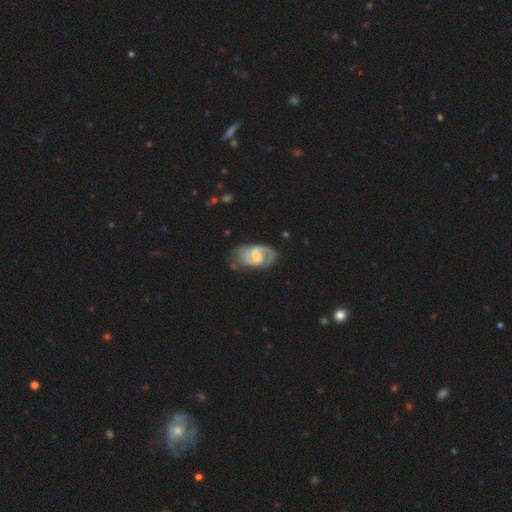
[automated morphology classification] Q: Smooth or featured?
A: featured or disk (81%); runner-up: smooth (15%)
Q: Edge-on disk?
A: no (97%); runner-up: yes (3%)
Q: Bar?
A: weak (55%); runner-up: no (28%)
Q: Spiral arms?
A: yes (93%); runner-up: no (7%)
Q: Spiral winding?
A: medium (48%); runner-up: tight (32%)
Q: Spiral arm count?
A: 2 (74%); runner-up: can't tell (11%)
Q: Bulge size?
A: small (44%); runner-up: moderate (35%)
Q: Merging?
A: none (55%); runner-up: minor disturbance (25%)